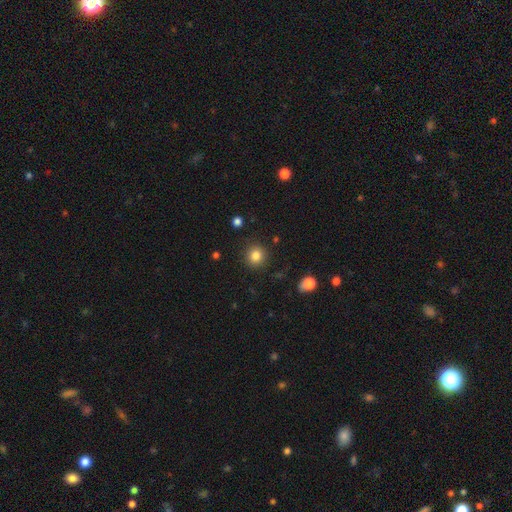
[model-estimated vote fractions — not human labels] Overall: smooth (84%). How rounded: round (92%). Merging: none (89%).